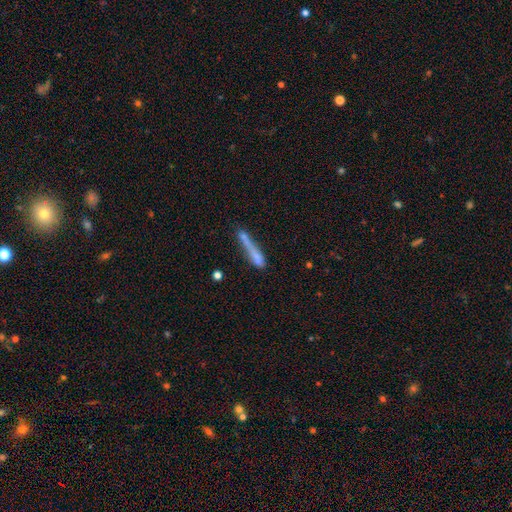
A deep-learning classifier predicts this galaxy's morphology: Smooth or featured? Predicted: smooth (p=0.62). How rounded? Predicted: cigar-shaped (p=0.83). Merging? Predicted: none (p=0.32).